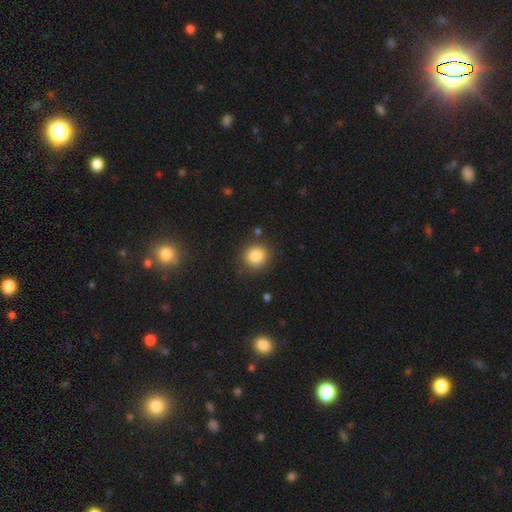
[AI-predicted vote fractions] This appears to be a smooth galaxy with no disk features (85%) that is round (88%). Merging: none (83%).